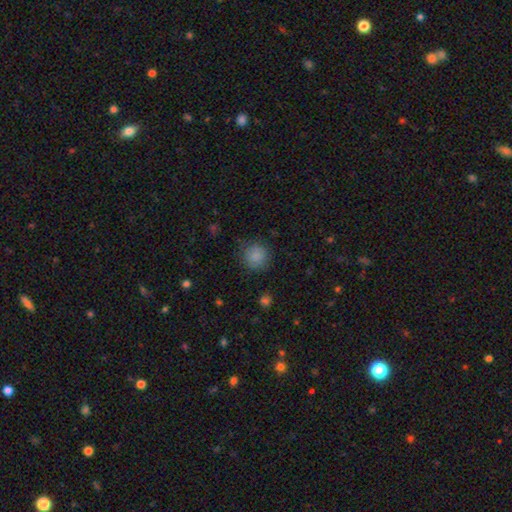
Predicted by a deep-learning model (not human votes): Smooth or featured? smooth (86%)
How rounded? round (91%)
Merging? none (83%)